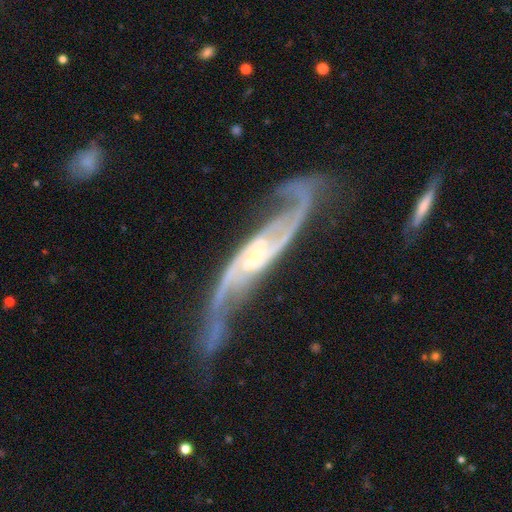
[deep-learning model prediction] Q: Smooth or featured?
A: featured or disk (92%); runner-up: star or artifact (5%)
Q: Edge-on disk?
A: no (88%); runner-up: yes (12%)
Q: Bar?
A: no (46%); runner-up: weak (34%)
Q: Spiral arms?
A: yes (98%); runner-up: no (2%)
Q: Spiral winding?
A: loose (46%); runner-up: medium (41%)
Q: Spiral arm count?
A: 2 (90%); runner-up: can't tell (3%)
Q: Bulge size?
A: small (73%); runner-up: moderate (21%)
Q: Merging?
A: none (63%); runner-up: minor disturbance (19%)